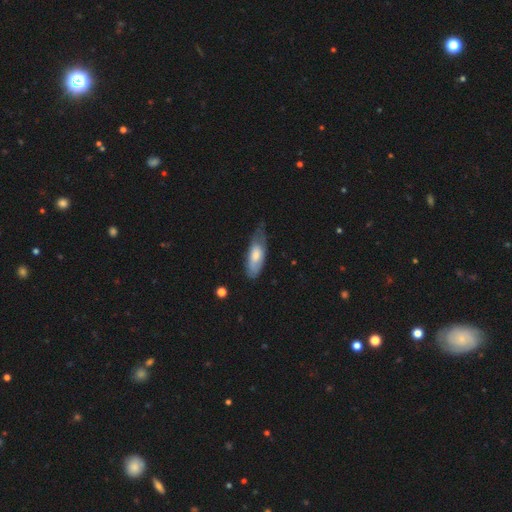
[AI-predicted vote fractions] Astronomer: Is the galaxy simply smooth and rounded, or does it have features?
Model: smooth — 64%.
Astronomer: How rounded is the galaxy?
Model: in between — 71%.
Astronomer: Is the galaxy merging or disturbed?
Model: none — 42% (runner-up: minor disturbance, 39%).